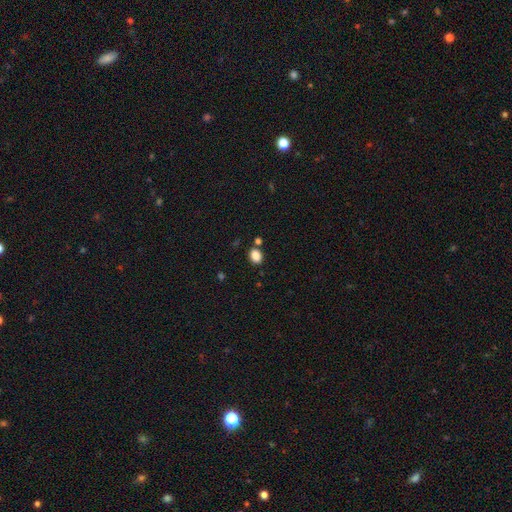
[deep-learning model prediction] This appears to be a smooth galaxy with no disk features (86%) that is in between round and cigar-shaped (61%). Merging: none (76%).